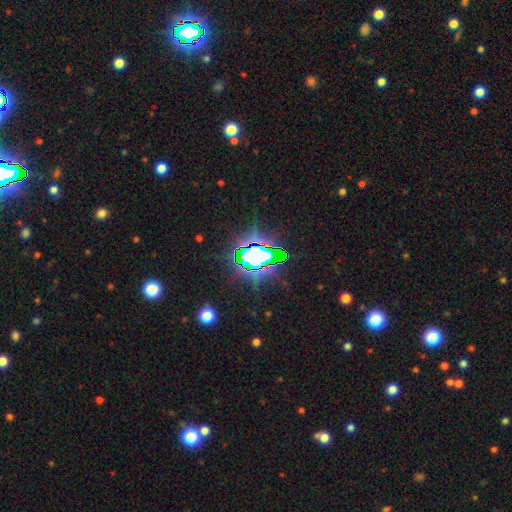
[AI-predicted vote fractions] A star or artifact, not a galaxy (75%).